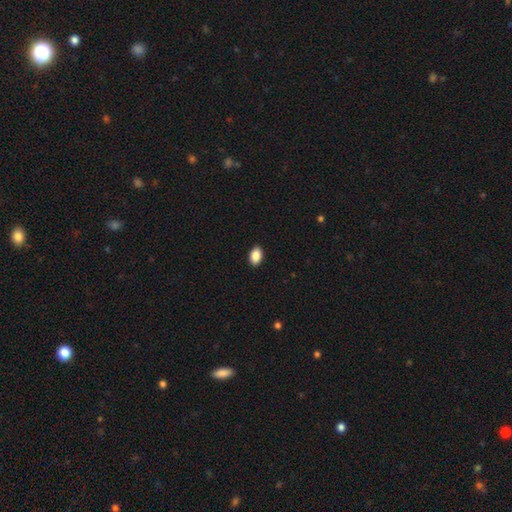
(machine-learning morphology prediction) A smooth galaxy with no disk features (89%) that is in between round and cigar-shaped (90%).

Vote fractions:
- Smooth or featured? smooth: 89% / star or artifact: 8% / featured or disk: 4%
- How rounded? in between: 90% / round: 9% / cigar-shaped: 1%
- Merging? none: 91% / minor disturbance: 7% / major disturbance: 2% / merger: 1%